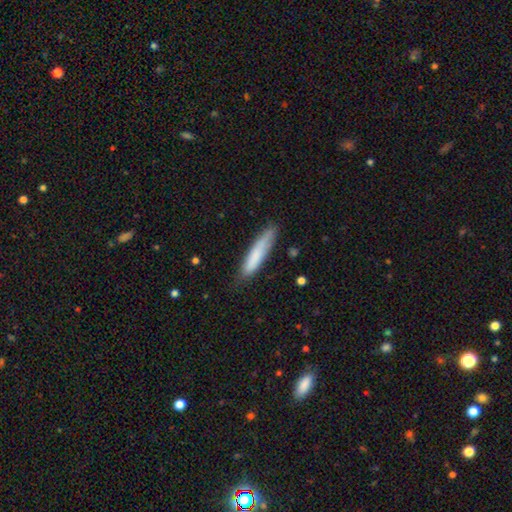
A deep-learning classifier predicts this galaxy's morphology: A smooth galaxy with no disk features (80%) that is cigar-shaped (85%). Merging: none (77%).